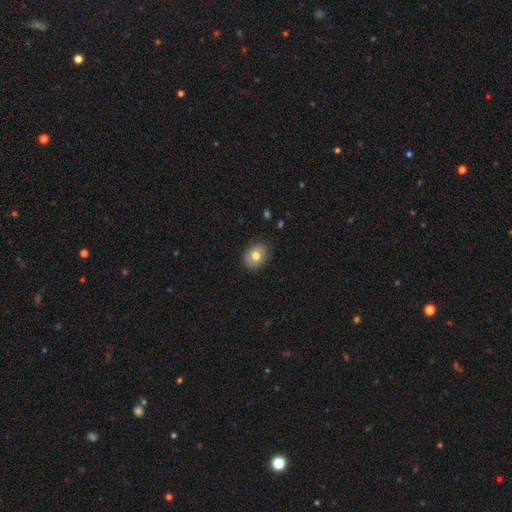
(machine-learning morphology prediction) A smooth galaxy with no disk features (76%) that is in between round and cigar-shaped (55%).

Vote fractions:
- Smooth or featured? smooth: 76% / featured or disk: 16% / star or artifact: 8%
- How rounded? in between: 55% / round: 44% / cigar-shaped: 1%
- Merging? none: 83% / minor disturbance: 13% / major disturbance: 3% / merger: 1%